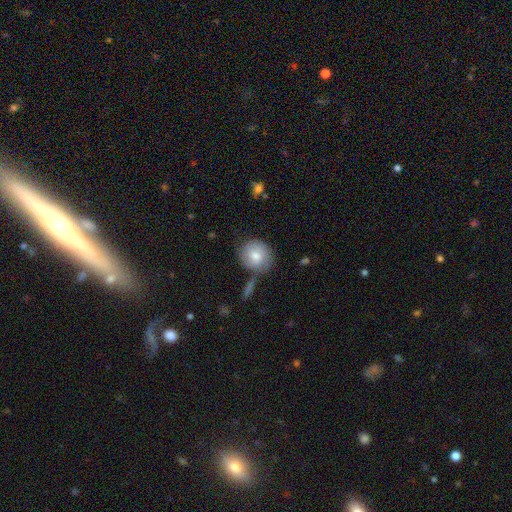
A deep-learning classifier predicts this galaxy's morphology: smooth-or-featured: smooth: 66% | featured or disk: 27% | star or artifact: 7%
  how-rounded: round: 84% | in between: 15% | cigar-shaped: 1%
  merging: none: 66% | minor disturbance: 19% | merger: 10% | major disturbance: 6%